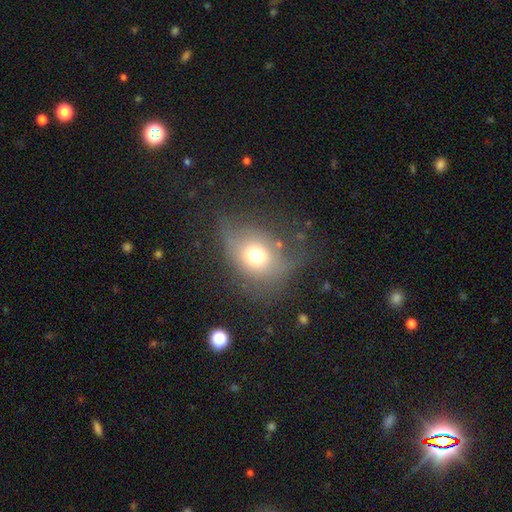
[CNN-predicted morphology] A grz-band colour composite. It shows a smooth galaxy with no disk features (62%) that is round (59%). Merging: none (57%).